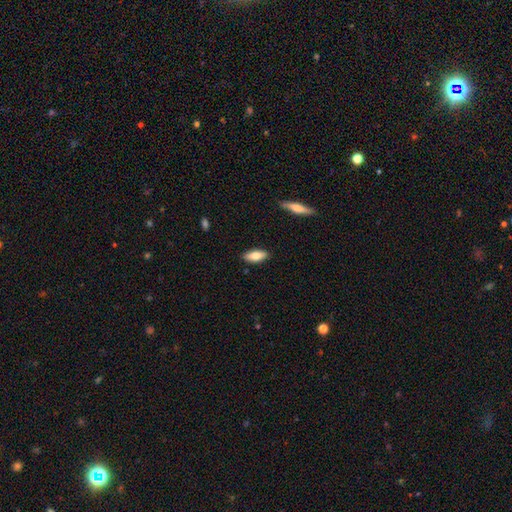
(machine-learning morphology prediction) Smooth or featured?
  - smooth: 77% *
  - featured or disk: 16%
  - star or artifact: 6%
How rounded?
  - in between: 78% *
  - cigar-shaped: 20%
  - round: 2%
Merging?
  - none: 87% *
  - minor disturbance: 9%
  - major disturbance: 2%
  - merger: 1%